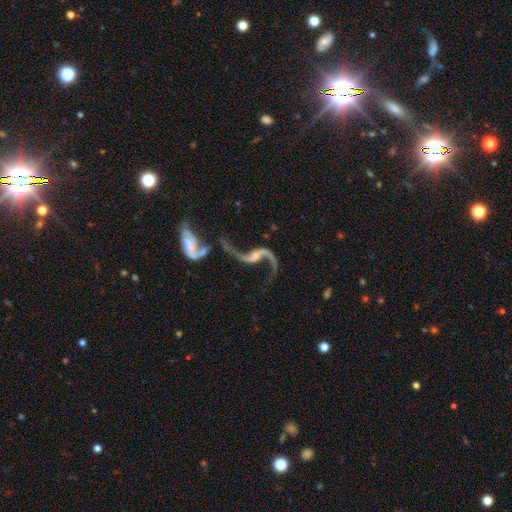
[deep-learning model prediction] featured or disk 90%, star or artifact 6%, smooth 4%. Down the decision tree: edge-on disk — no (96%); bar — no (41%); spiral arms — yes (96%); spiral arm count — 2 (92%); spiral winding — loose (92%); bulge size — small (48%); merging — none (41%).